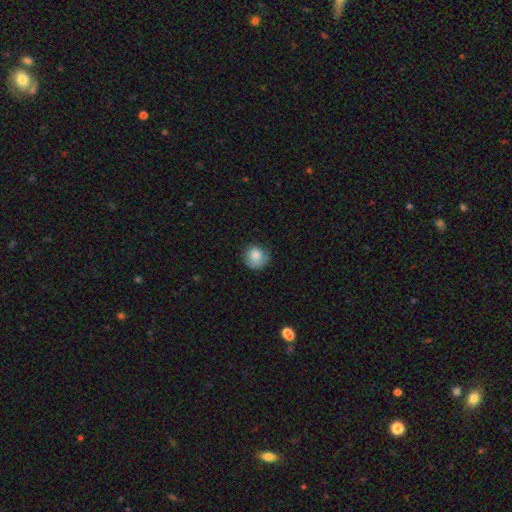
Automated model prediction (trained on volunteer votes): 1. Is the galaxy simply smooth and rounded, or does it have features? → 83% smooth, 9% featured or disk, 8% star or artifact.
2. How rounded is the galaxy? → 86% round, 14% in between, 1% cigar-shaped.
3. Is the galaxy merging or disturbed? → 65% none, 26% minor disturbance, 8% major disturbance, 1% merger.